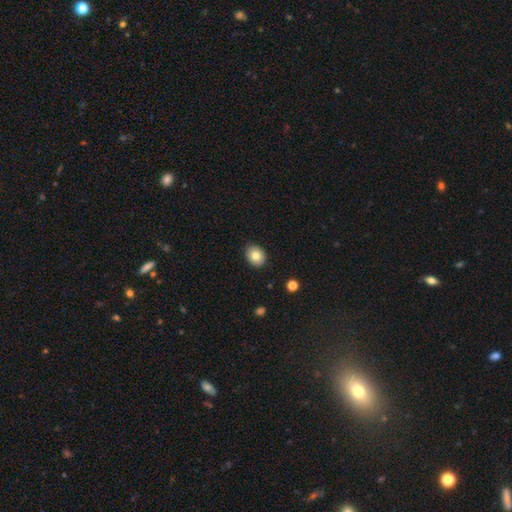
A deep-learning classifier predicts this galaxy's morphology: Overall: smooth (80%). How rounded: round (53%; in between 46%). Merging: none (87%).